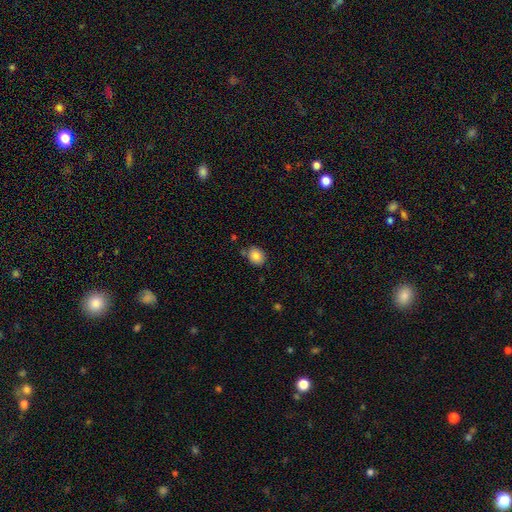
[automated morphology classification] Smooth or featured?
  - smooth: 86% *
  - star or artifact: 9%
  - featured or disk: 6%
How rounded?
  - round: 51% *
  - in between: 48%
  - cigar-shaped: 1%
Merging?
  - none: 77% *
  - minor disturbance: 14%
  - merger: 6%
  - major disturbance: 3%